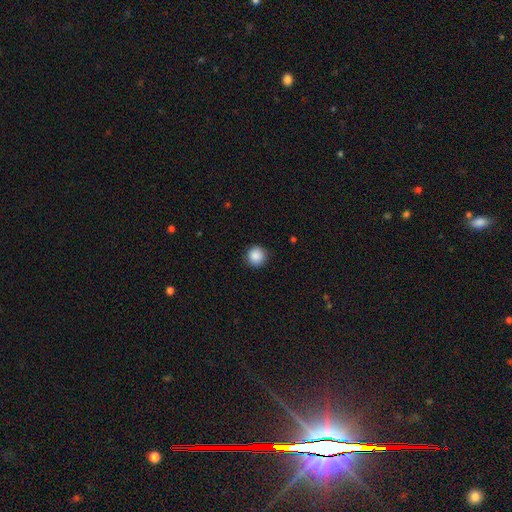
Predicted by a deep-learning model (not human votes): Smooth or featured?
  - smooth: 88% *
  - star or artifact: 9%
  - featured or disk: 3%
How rounded?
  - round: 95% *
  - in between: 4%
  - cigar-shaped: 1%
Merging?
  - none: 91% *
  - minor disturbance: 6%
  - major disturbance: 2%
  - merger: 1%